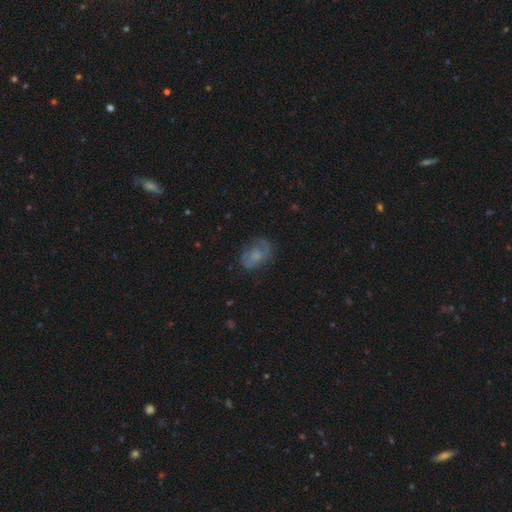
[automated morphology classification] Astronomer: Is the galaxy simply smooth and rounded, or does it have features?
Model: smooth — 46% (runner-up: featured or disk, 42%).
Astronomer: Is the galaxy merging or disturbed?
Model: none — 61%.